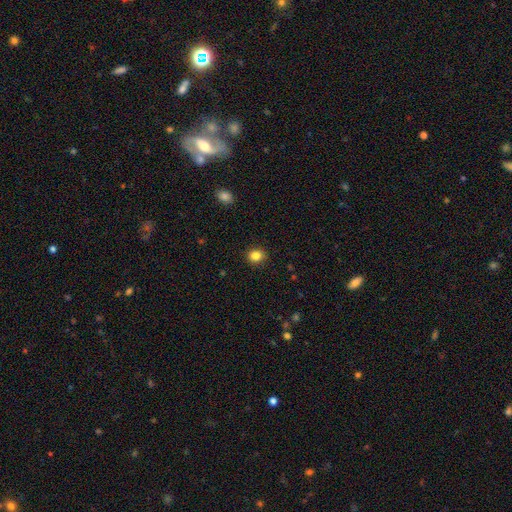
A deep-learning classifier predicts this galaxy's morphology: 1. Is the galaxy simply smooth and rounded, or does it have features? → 84% smooth, 11% star or artifact, 5% featured or disk.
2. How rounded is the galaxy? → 74% round, 25% in between, 1% cigar-shaped.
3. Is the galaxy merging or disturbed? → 91% none, 7% minor disturbance, 2% major disturbance, 1% merger.